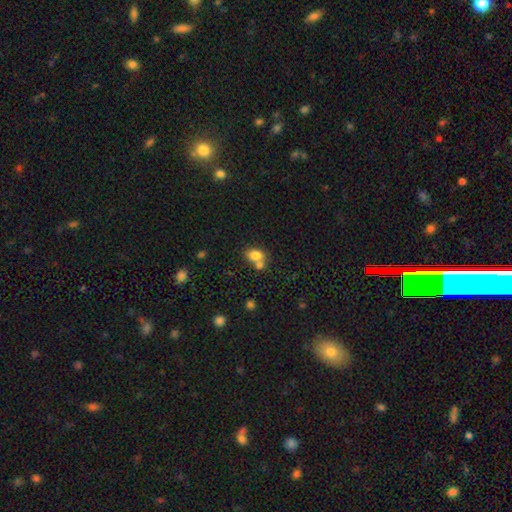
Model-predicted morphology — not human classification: A smooth galaxy with no disk features (80%) that is in between round and cigar-shaped (68%).

Vote fractions:
- Smooth or featured? smooth: 80% / star or artifact: 10% / featured or disk: 10%
- How rounded? in between: 68% / round: 31% / cigar-shaped: 1%
- Merging? merger: 43% / none: 42% / minor disturbance: 10% / major disturbance: 4%